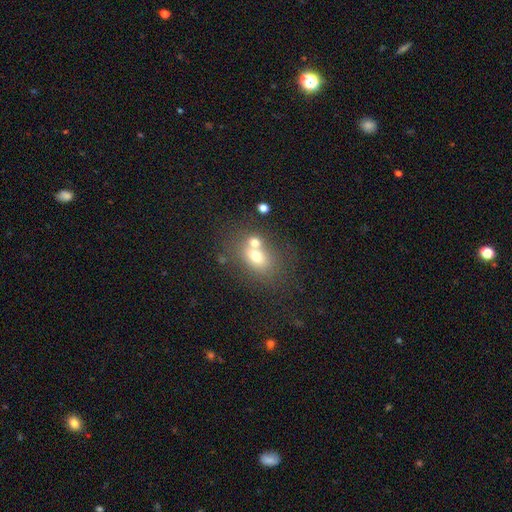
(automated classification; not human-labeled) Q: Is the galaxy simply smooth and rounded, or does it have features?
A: smooth — 67%.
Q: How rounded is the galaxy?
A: in between — 63%.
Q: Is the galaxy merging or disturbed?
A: merger — 46%.